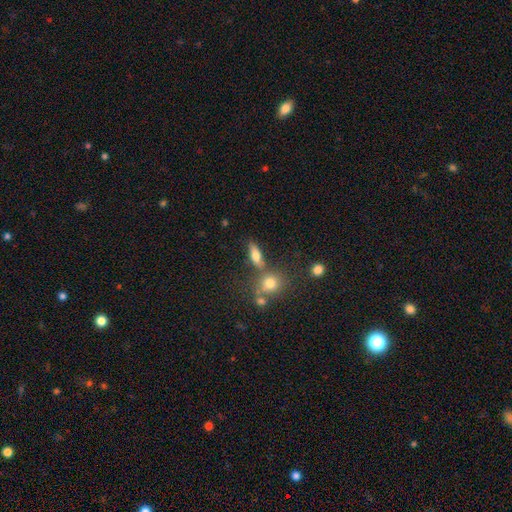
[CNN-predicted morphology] The model was most divided on "how rounded": in between: 58%, cigar-shaped: 31%, round: 11%. More confident: smooth or featured — smooth (69%); merging — none (66%).